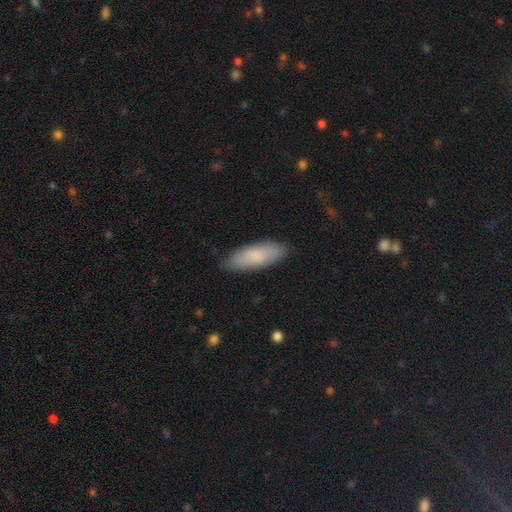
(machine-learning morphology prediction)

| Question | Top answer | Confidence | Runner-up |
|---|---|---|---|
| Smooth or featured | smooth | 83% | featured or disk (11%) |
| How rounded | in between | 63% | cigar-shaped (35%) |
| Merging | none | 86% | minor disturbance (11%) |